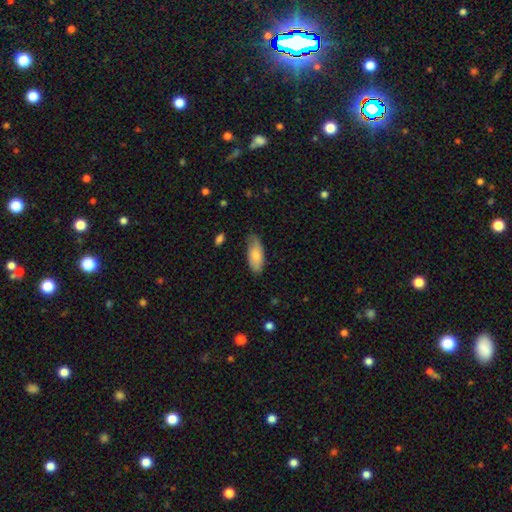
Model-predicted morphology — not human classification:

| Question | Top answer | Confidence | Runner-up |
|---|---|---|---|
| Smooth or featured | smooth | 78% | featured or disk (16%) |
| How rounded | in between | 84% | cigar-shaped (14%) |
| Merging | none | 65% | minor disturbance (29%) |